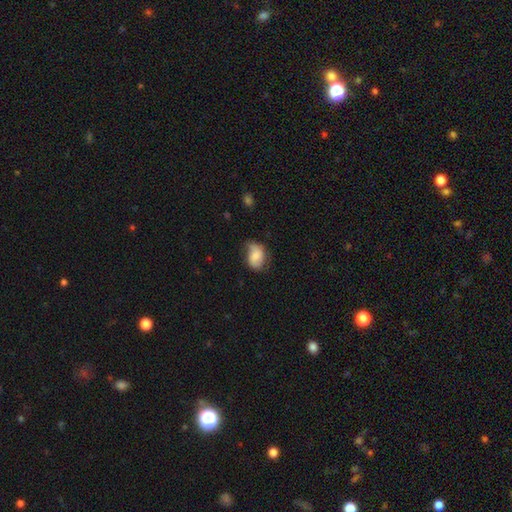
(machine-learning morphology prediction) Overall: smooth (69%). How rounded: in between (79%). Merging: none (46%; minor disturbance 38%).